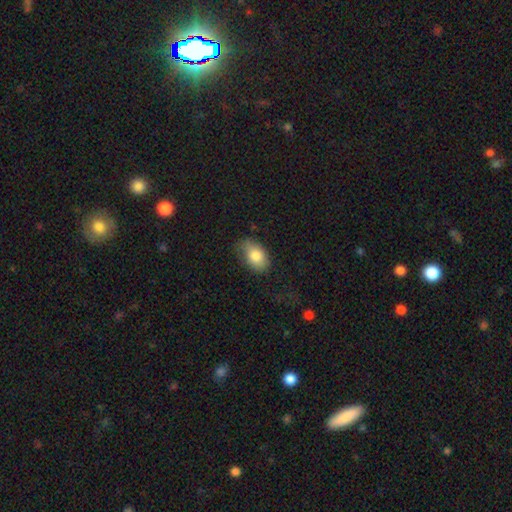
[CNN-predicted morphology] Smooth or featured? smooth (83%)
How rounded? in between (88%)
Merging? none (62%)